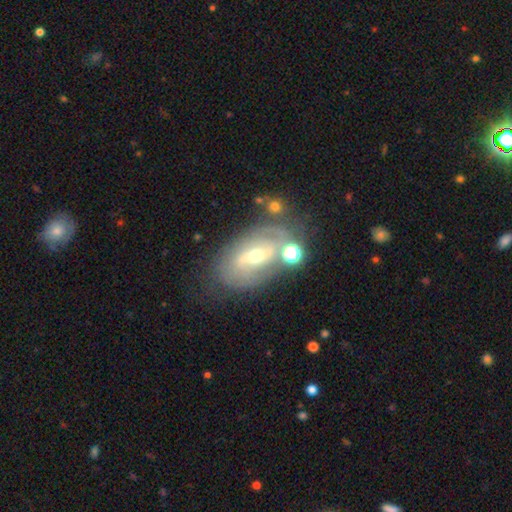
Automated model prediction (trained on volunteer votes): Smooth or featured? featured or disk (75%)
Edge-on disk? no (93%)
Bar? weak (40%)
Spiral arms? yes (74%)
Spiral winding? tight (53%)
Spiral arm count? 2 (49%)
Bulge size? moderate (53%)
Merging? none (60%)